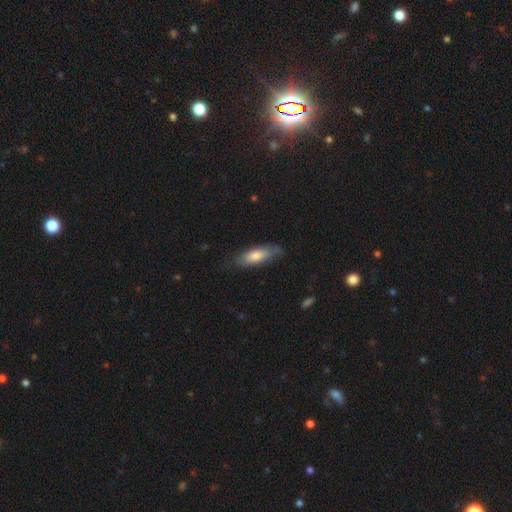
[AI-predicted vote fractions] smooth-or-featured: smooth: 69% | featured or disk: 25% | star or artifact: 6%
  how-rounded: in between: 65% | cigar-shaped: 33% | round: 2%
  merging: none: 67% | minor disturbance: 25% | major disturbance: 7% | merger: 1%